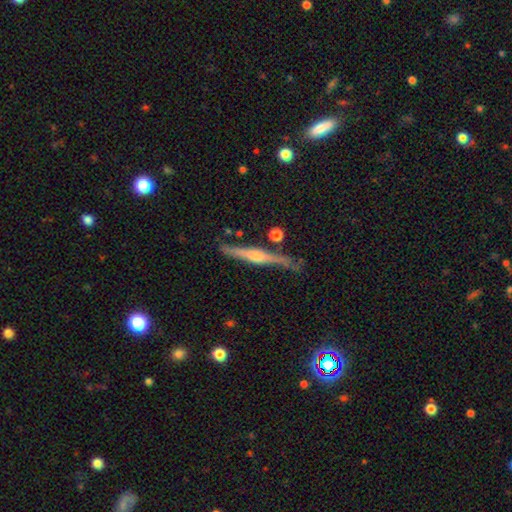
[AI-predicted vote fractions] This is likely a featured or disk galaxy (77%). It is clearly viewed edge-on (97%). Edge-on bulge: clearly rounded (83%). Merging: clearly none (80%).